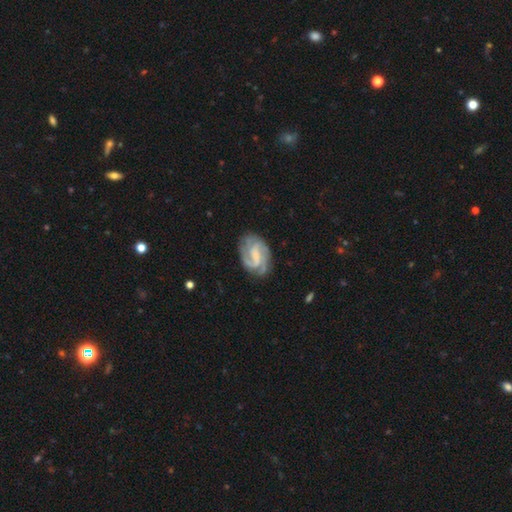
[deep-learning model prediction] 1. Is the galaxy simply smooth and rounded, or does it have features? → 84% featured or disk, 10% smooth, 5% star or artifact.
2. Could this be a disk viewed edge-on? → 98% no, 2% yes.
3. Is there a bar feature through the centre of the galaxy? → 52% weak, 27% no, 22% strong.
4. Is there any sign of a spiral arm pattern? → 96% yes, 4% no.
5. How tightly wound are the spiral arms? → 47% medium, 35% tight, 18% loose.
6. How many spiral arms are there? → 50% 2, 24% 3, 13% can't tell, 5% 4, 4% 1, 3% more than 4.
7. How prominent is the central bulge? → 41% small, 32% none, 22% moderate, 4% large, 1% dominant.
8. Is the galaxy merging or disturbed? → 72% none, 18% minor disturbance, 8% major disturbance, 2% merger.